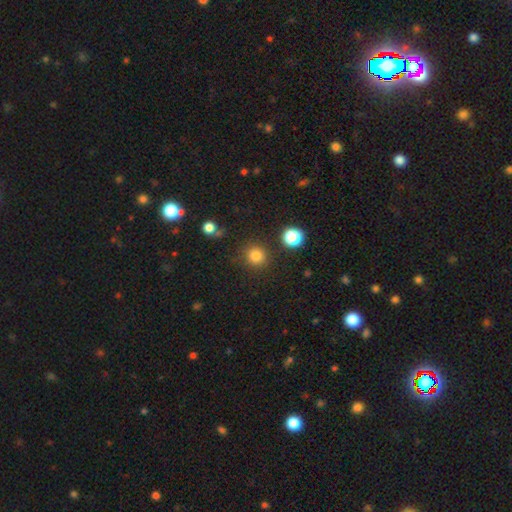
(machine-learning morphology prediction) type=smooth (81%); roundness=round (93%); merging=none (86%).